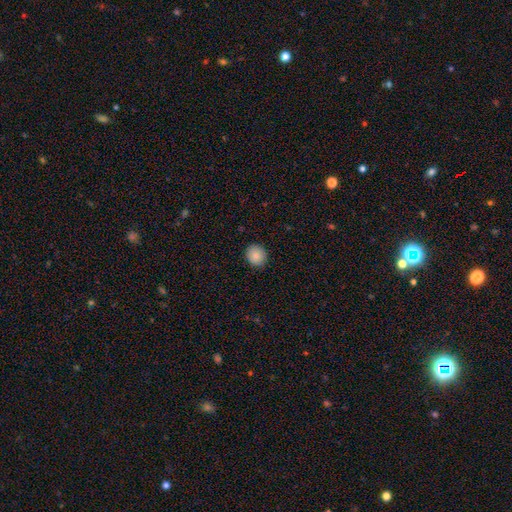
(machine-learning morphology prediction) Q: Smooth or featured?
A: smooth (86%); runner-up: star or artifact (9%)
Q: How rounded?
A: round (81%); runner-up: in between (18%)
Q: Merging?
A: none (89%); runner-up: minor disturbance (8%)